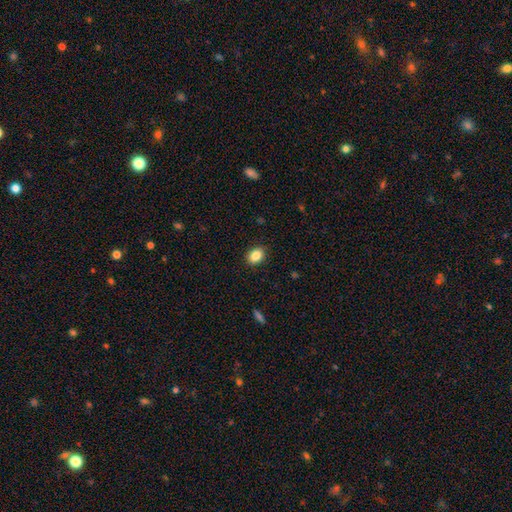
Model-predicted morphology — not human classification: Smooth or featured? Predicted: smooth (p=0.87). How rounded? Predicted: in between (p=0.66). Merging? Predicted: none (p=0.89).